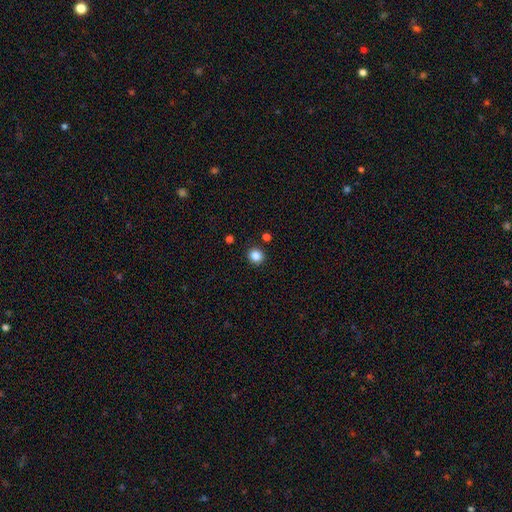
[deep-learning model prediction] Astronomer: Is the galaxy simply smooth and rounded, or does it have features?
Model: smooth — 85%.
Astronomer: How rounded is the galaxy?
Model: round — 90%.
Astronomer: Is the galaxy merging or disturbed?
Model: none — 90%.